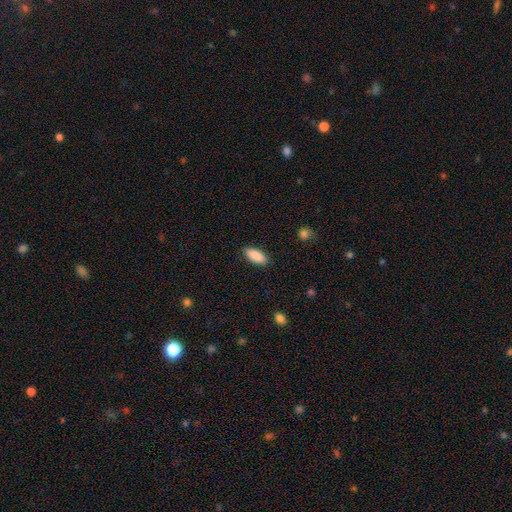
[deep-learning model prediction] This is clearly a smooth galaxy (89%). How rounded: clearly in between (84%). Merging: clearly none (88%).